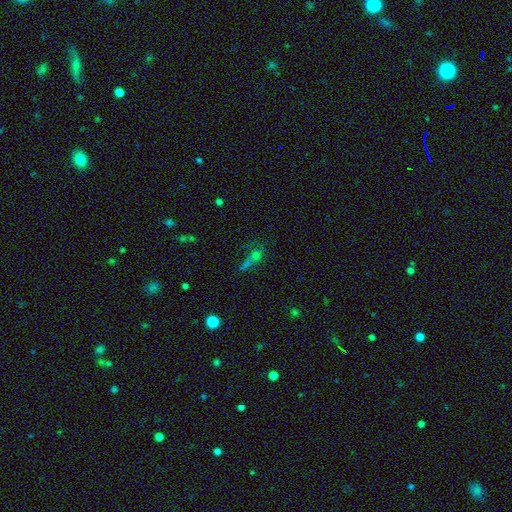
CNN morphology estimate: This is marginally a smooth galaxy (40%). Merging: possibly none (47%).